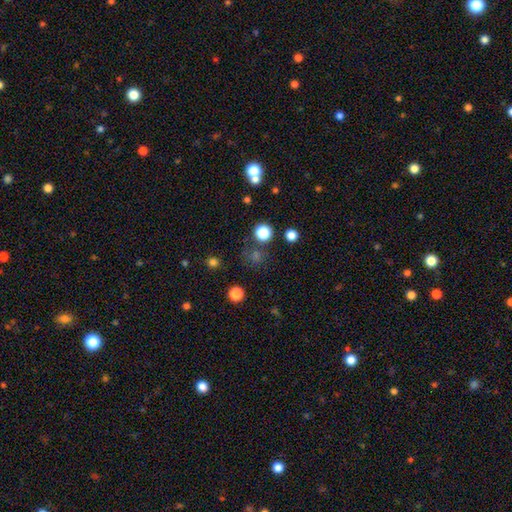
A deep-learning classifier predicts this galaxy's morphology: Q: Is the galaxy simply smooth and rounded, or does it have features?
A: smooth — 54%.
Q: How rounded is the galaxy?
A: round — 90%.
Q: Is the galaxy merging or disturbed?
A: none — 78%.